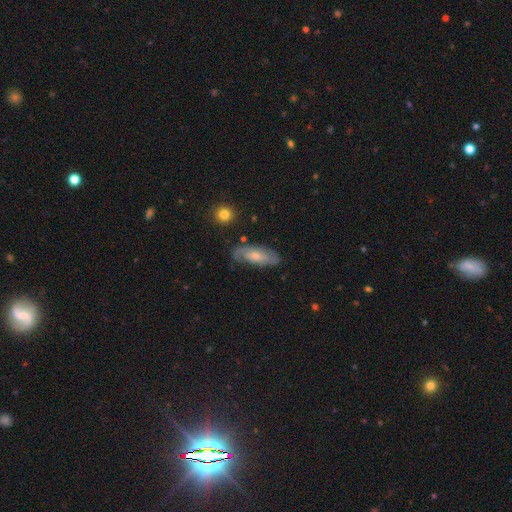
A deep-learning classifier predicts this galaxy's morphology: Overall: featured or disk (59%; smooth 35%). Edge-on disk: no (87%). Bar: no (65%; weak 29%). Spiral arms: yes (85%). Bulge size: moderate (46%; small 45%). Merging: none (69%).